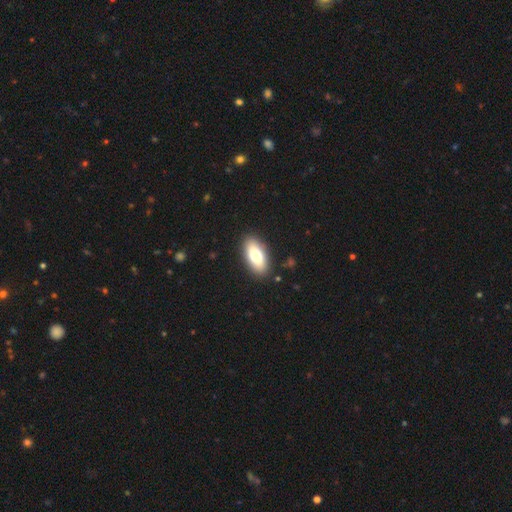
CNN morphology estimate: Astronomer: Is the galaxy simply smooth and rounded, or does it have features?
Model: smooth — 76%.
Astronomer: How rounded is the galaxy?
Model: in between — 88%.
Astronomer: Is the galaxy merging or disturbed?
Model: none — 88%.